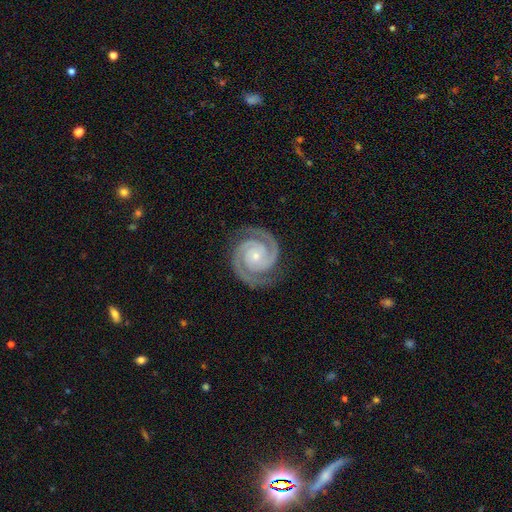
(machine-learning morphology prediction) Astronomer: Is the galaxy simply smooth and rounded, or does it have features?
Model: featured or disk — 94%.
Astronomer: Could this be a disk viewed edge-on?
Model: no — 98%.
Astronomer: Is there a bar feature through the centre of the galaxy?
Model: no — 75%.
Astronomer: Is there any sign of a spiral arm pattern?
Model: yes — 99%.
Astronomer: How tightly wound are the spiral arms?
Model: tight — 76%.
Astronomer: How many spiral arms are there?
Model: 2 — 93%.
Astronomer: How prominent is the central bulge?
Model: small — 71%.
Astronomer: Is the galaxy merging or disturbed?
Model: none — 86%.